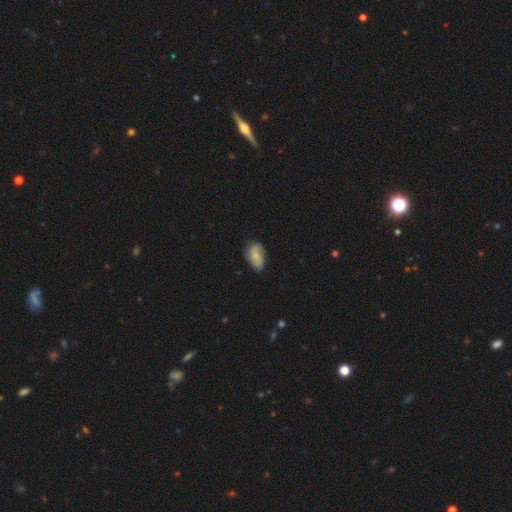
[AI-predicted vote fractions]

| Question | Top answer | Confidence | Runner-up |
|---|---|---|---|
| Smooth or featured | smooth | 61% | featured or disk (31%) |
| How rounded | in between | 90% | round (6%) |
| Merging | none | 57% | minor disturbance (31%) |